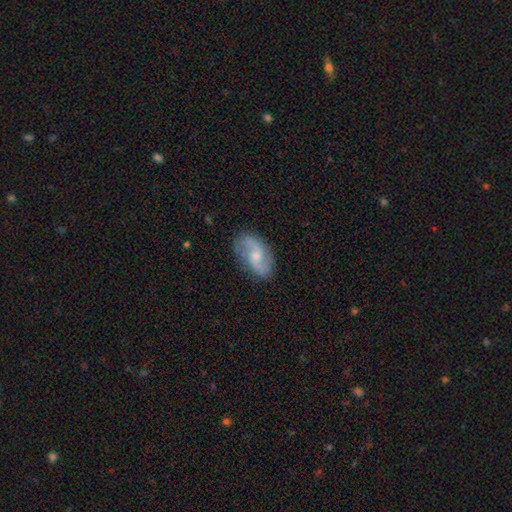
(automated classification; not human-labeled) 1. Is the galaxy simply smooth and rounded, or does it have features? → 80% featured or disk, 14% smooth, 6% star or artifact.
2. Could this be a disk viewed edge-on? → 97% no, 3% yes.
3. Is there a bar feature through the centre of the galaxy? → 50% no, 43% weak, 7% strong.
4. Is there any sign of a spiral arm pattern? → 96% yes, 4% no.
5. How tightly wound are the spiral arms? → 48% loose, 41% medium, 11% tight.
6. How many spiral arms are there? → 91% 2, 4% can't tell, 2% 1, 1% 3, 1% 4, 1% more than 4.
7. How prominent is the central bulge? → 46% small, 44% moderate, 6% none, 3% large, 1% dominant.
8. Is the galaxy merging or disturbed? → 81% none, 14% minor disturbance, 4% major disturbance, 1% merger.